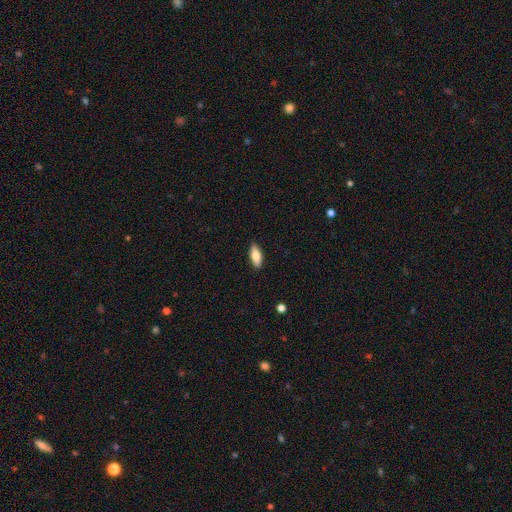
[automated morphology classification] smooth 75%, featured or disk 19%, star or artifact 6%. Down the decision tree: how rounded — in between (76%); merging — none (89%).